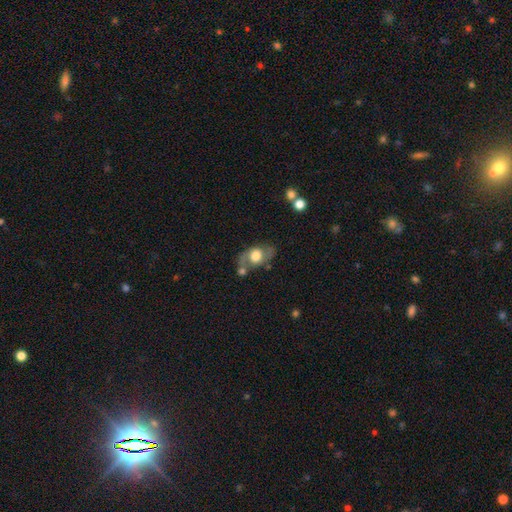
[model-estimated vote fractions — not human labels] Smooth or featured?
  - featured or disk: 55% *
  - smooth: 38%
  - star or artifact: 7%
Edge-on disk?
  - no: 87% *
  - yes: 13%
Merging?
  - none: 56% *
  - minor disturbance: 20%
  - merger: 14%
  - major disturbance: 10%